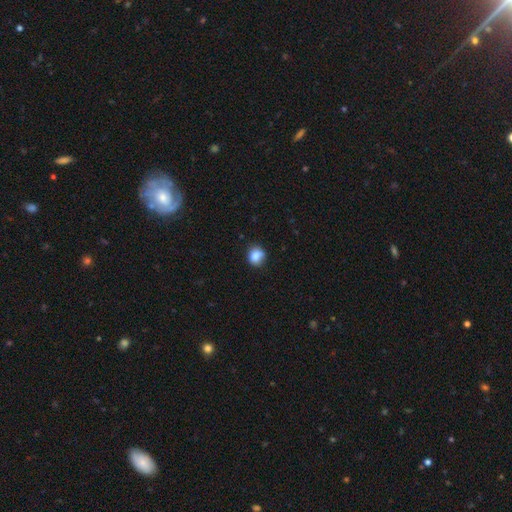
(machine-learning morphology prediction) type=smooth (84%); roundness=round (66%); merging=none (68%).